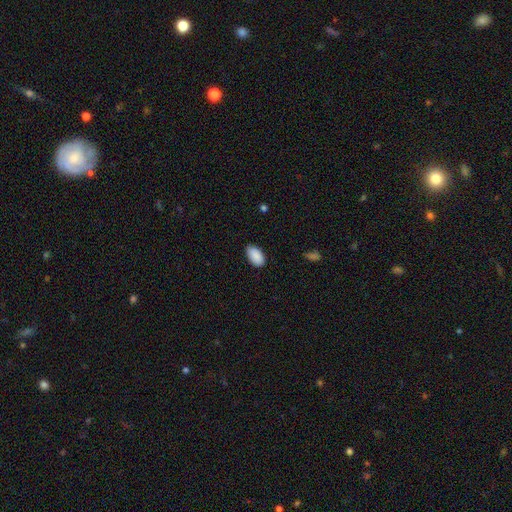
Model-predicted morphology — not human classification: Smooth or featured?
  - smooth: 90% *
  - star or artifact: 6%
  - featured or disk: 3%
How rounded?
  - in between: 95% *
  - round: 3%
  - cigar-shaped: 2%
Merging?
  - none: 85% *
  - minor disturbance: 11%
  - major disturbance: 2%
  - merger: 1%